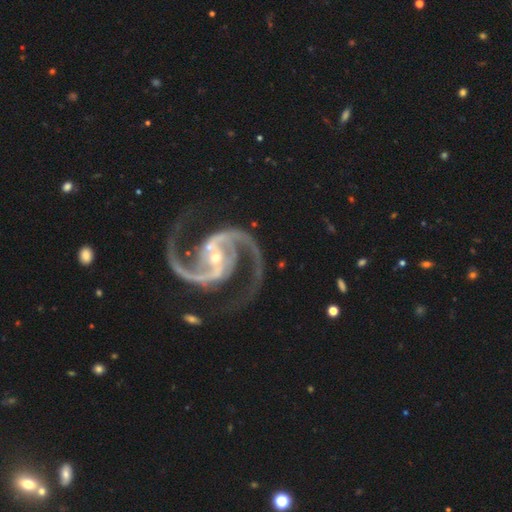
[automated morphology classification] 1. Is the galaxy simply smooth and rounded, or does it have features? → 95% featured or disk, 4% star or artifact, 1% smooth.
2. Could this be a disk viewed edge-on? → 98% no, 2% yes.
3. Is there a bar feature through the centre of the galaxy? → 40% strong, 33% weak, 27% no.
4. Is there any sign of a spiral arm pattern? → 99% yes, 1% no.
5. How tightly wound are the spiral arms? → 68% medium, 17% tight, 16% loose.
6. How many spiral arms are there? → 95% 2, 1% 3, 1% can't tell, 1% 1, 1% 4, 1% more than 4.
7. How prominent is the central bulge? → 73% small, 21% moderate, 3% none, 2% large, 1% dominant.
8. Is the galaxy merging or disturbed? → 77% none, 14% minor disturbance, 7% major disturbance, 3% merger.